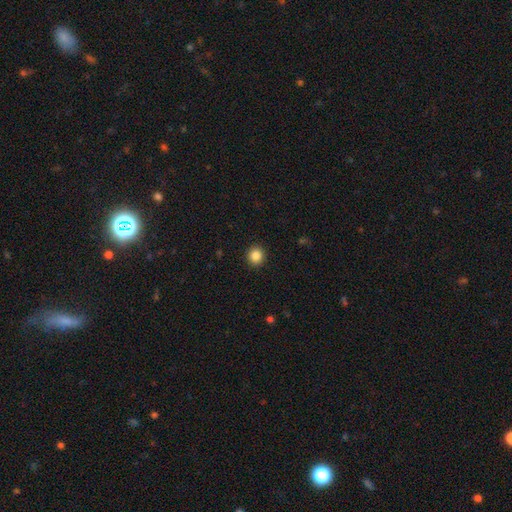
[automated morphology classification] This appears to be a smooth galaxy with no disk features (86%) that is round (91%). Merging: none (92%).